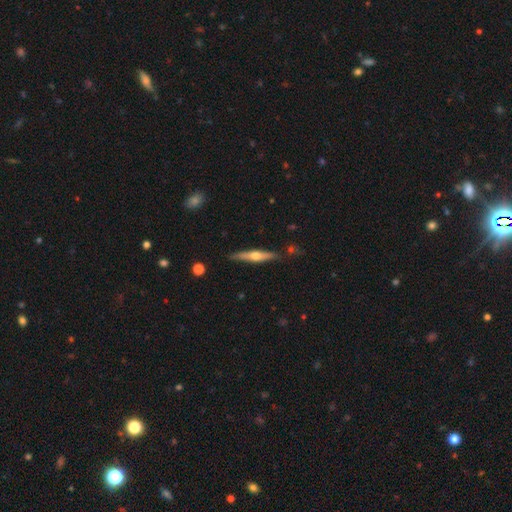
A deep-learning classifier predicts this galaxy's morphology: Smooth or featured: featured or disk — 61% (smooth — 33%)
Edge-on disk: yes — 95% (no — 5%)
Edge-on bulge: rounded — 90% (none — 6%)
Merging: none — 84% (minor disturbance — 11%)